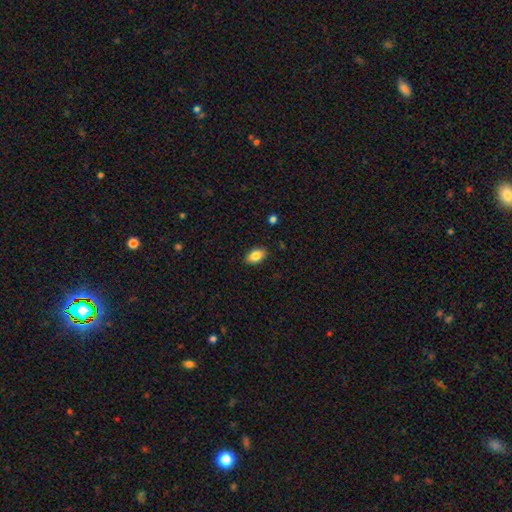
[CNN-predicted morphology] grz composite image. It shows a smooth galaxy with no disk features (84%) that is in between round and cigar-shaped (89%). Merging: none (88%).